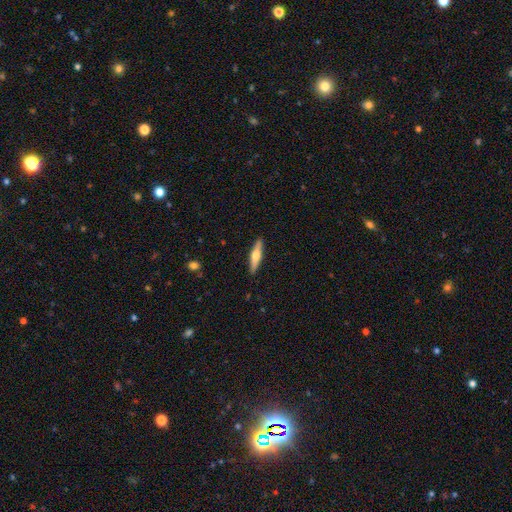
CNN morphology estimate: Smooth or featured?
  - featured or disk: 55% *
  - smooth: 39%
  - star or artifact: 5%
Edge-on disk?
  - yes: 96% *
  - no: 4%
Edge-on bulge?
  - rounded: 92% *
  - boxy: 5%
  - none: 3%
Merging?
  - none: 91% *
  - minor disturbance: 7%
  - major disturbance: 1%
  - merger: 1%